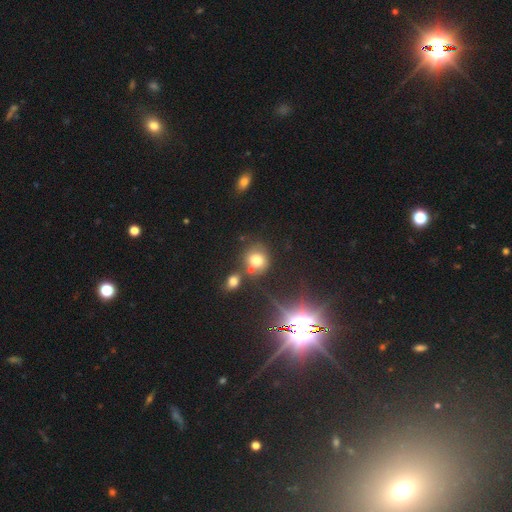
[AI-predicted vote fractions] A smooth galaxy with no disk features (60%) that is round (79%).

Vote fractions:
- Smooth or featured? smooth: 60% / star or artifact: 27% / featured or disk: 13%
- How rounded? round: 79% / in between: 20% / cigar-shaped: 1%
- Merging? none: 63% / merger: 21% / minor disturbance: 11% / major disturbance: 4%